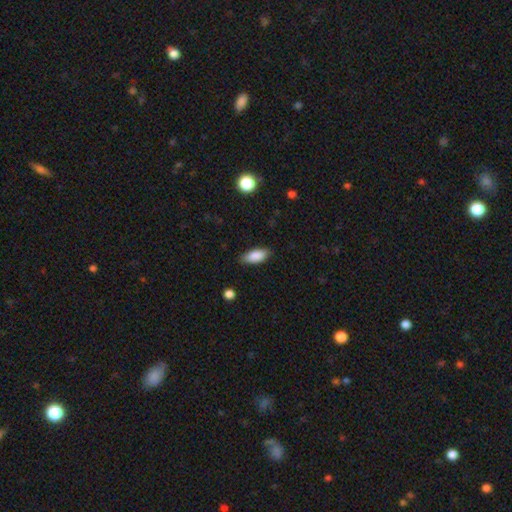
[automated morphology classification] This is clearly a smooth galaxy (88%). How rounded: clearly in between (85%). Merging: clearly none (82%).